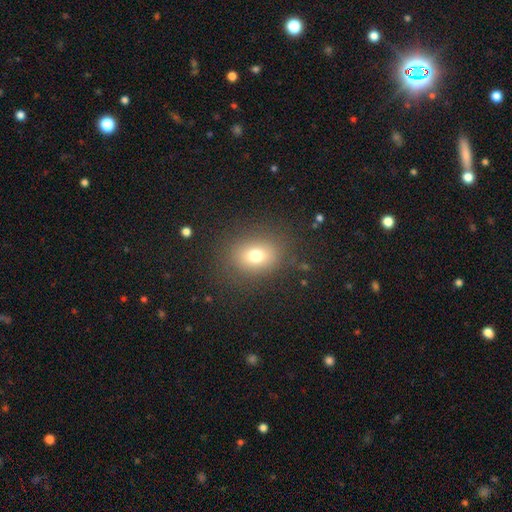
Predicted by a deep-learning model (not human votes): Q: Smooth or featured?
A: smooth (73%); runner-up: star or artifact (15%)
Q: How rounded?
A: round (59%); runner-up: in between (40%)
Q: Merging?
A: none (84%); runner-up: minor disturbance (9%)